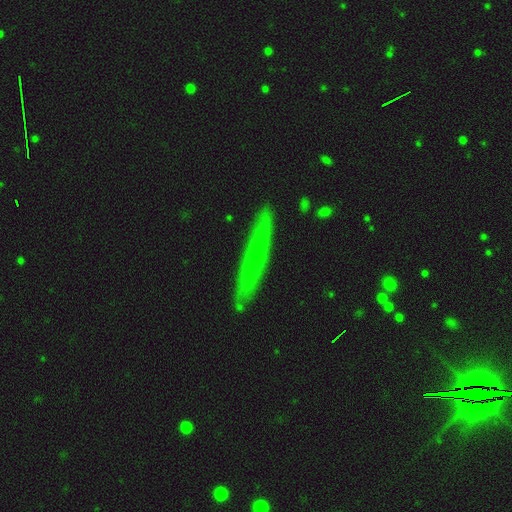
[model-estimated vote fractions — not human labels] Smooth or featured? Predicted: smooth (p=0.53). How rounded? Predicted: cigar-shaped (p=0.95). Merging? Predicted: none (p=0.87).